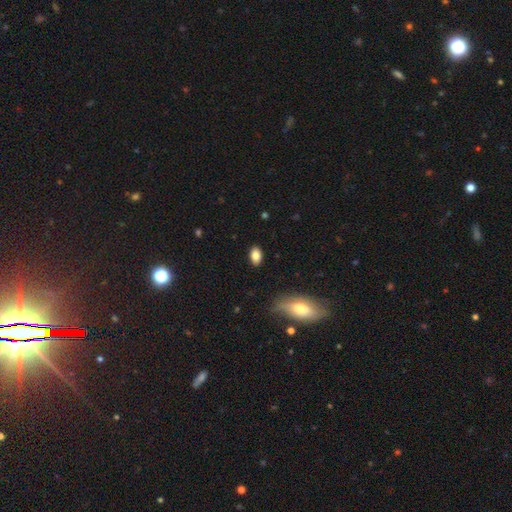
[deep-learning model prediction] smooth 85%, star or artifact 8%, featured or disk 7%. Down the decision tree: how rounded — in between (89%); merging — none (88%).